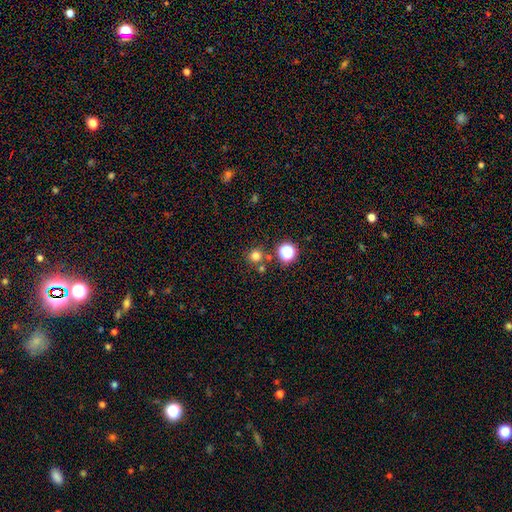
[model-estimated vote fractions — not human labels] Smooth or featured: smooth — 75% (star or artifact — 20%)
How rounded: round — 93% (in between — 6%)
Merging: none — 79% (merger — 11%)